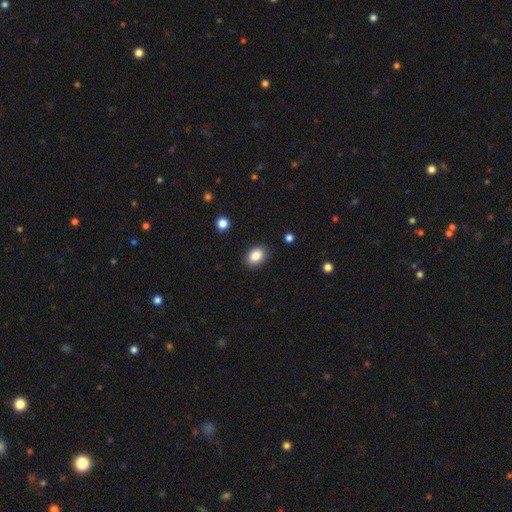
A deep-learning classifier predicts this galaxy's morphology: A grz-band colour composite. It shows a smooth galaxy with no disk features (87%) that is in between round and cigar-shaped (71%). Merging: none (87%).